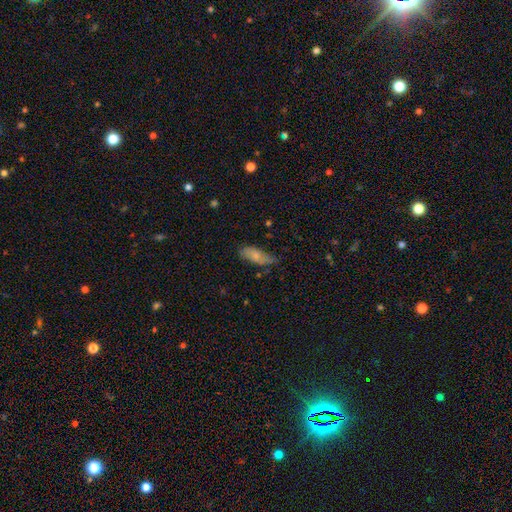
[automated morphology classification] Smooth or featured: smooth — 69% (featured or disk — 24%)
How rounded: in between — 78% (cigar-shaped — 20%)
Merging: none — 53% (minor disturbance — 34%)